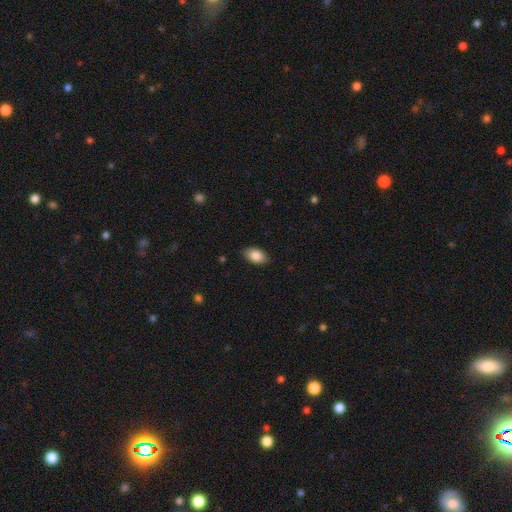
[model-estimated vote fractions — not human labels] Smooth or featured? Predicted: smooth (p=0.87). How rounded? Predicted: in between (p=0.92). Merging? Predicted: none (p=0.86).